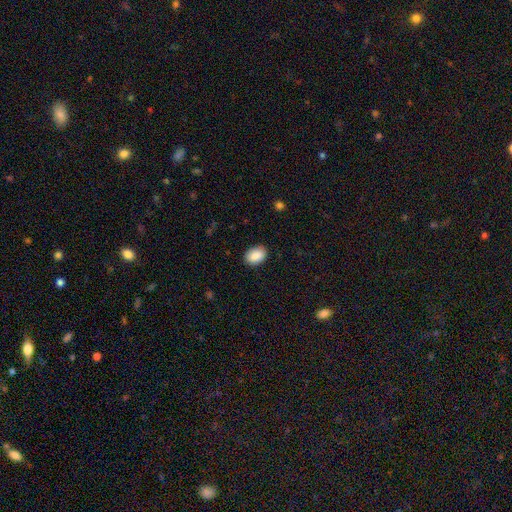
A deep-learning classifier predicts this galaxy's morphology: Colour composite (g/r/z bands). It shows a smooth galaxy with no disk features (89%) that is in between round and cigar-shaped (82%). Merging: none (88%).